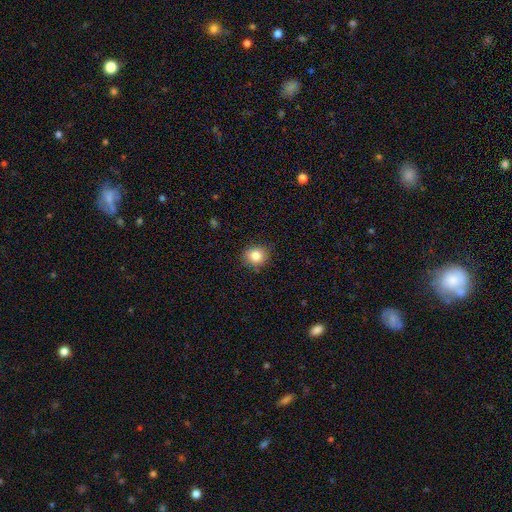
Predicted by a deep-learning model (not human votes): The model was most divided on "how rounded": round: 79%, in between: 20%, cigar-shaped: 1%. More confident: merging — none (86%); smooth or featured — smooth (84%).